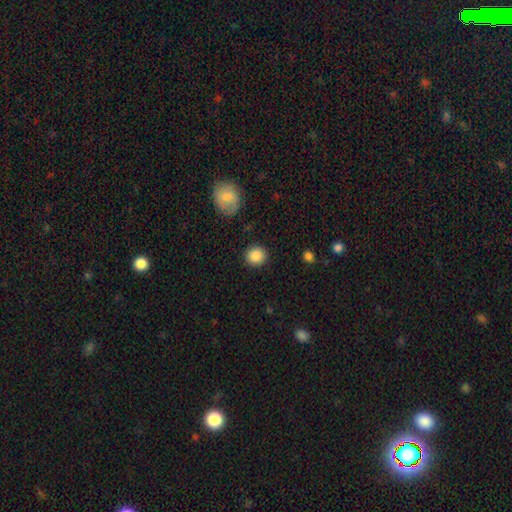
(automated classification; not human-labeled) smooth 87%, star or artifact 9%, featured or disk 4%. Down the decision tree: how rounded — round (87%); merging — none (90%).